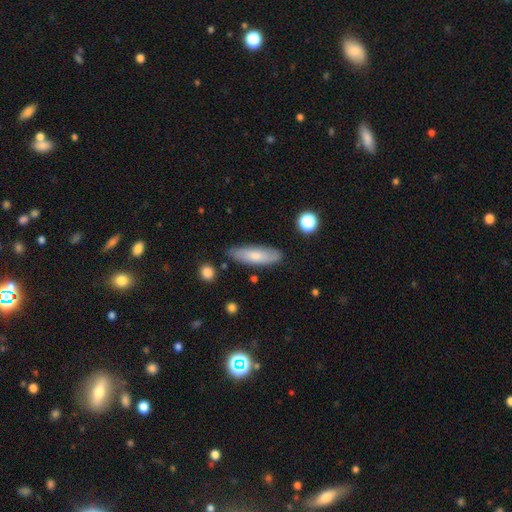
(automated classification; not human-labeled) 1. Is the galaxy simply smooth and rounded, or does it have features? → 68% smooth, 26% featured or disk, 6% star or artifact.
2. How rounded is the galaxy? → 50% in between, 48% cigar-shaped, 2% round.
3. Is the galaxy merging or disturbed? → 81% none, 14% minor disturbance, 3% major disturbance, 2% merger.